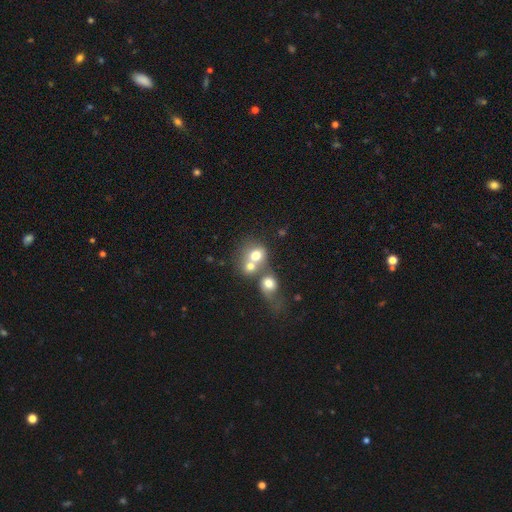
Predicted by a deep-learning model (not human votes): Smooth or featured: smooth — 68% (featured or disk — 20%)
How rounded: round — 68% (in between — 31%)
Merging: merger — 63% (none — 25%)